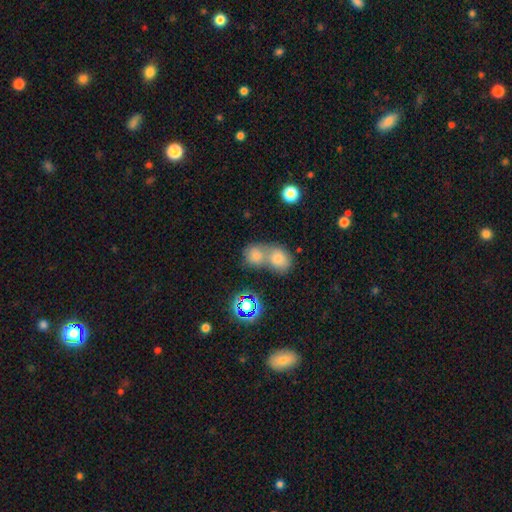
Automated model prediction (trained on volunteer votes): Morphology: type=smooth (71%); roundness=round (62%); merging=merger (66%).